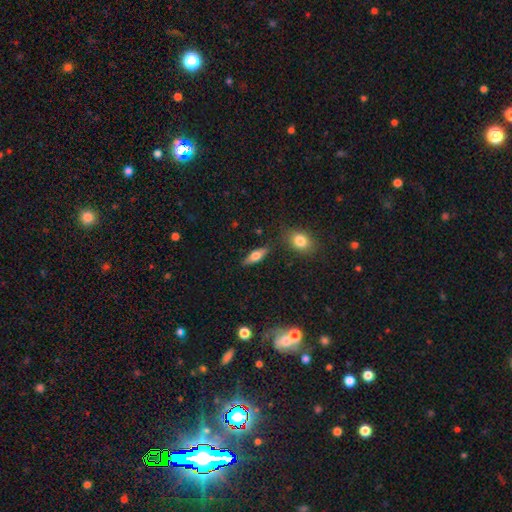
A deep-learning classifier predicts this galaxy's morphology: A smooth galaxy with no disk features (60%) that is in between round and cigar-shaped (64%).

Vote fractions:
- Smooth or featured? smooth: 60% / featured or disk: 32% / star or artifact: 7%
- How rounded? in between: 64% / cigar-shaped: 32% / round: 4%
- Merging? none: 81% / minor disturbance: 12% / merger: 4% / major disturbance: 3%